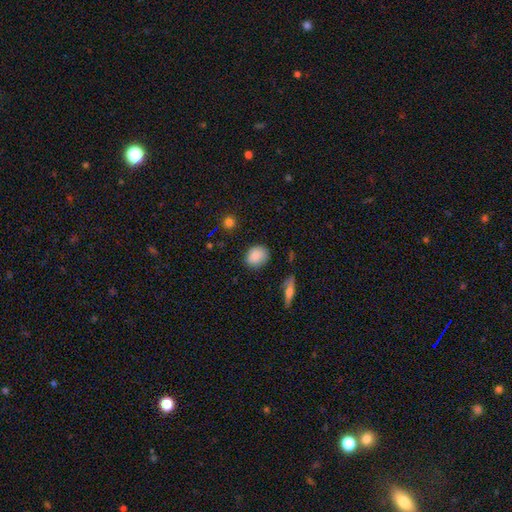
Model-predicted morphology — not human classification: smooth_or_featured: smooth (p=0.86) [alt: star or artifact p=0.08]
how_rounded: round (p=0.52) [alt: in between p=0.46]
merging: none (p=0.82) [alt: minor disturbance p=0.13]